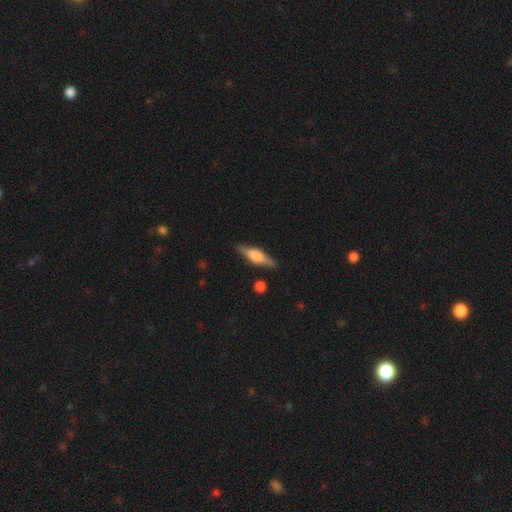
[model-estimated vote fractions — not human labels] Q: Smooth or featured?
A: smooth (50%); runner-up: featured or disk (44%)
Q: Merging?
A: none (83%); runner-up: minor disturbance (12%)